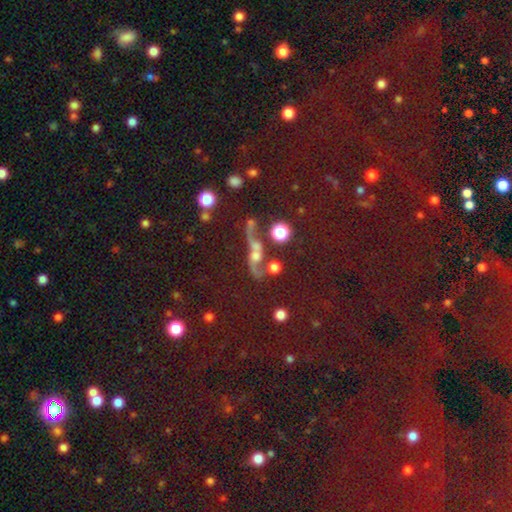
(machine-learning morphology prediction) Q: Smooth or featured?
A: star or artifact (60%); runner-up: smooth (22%)